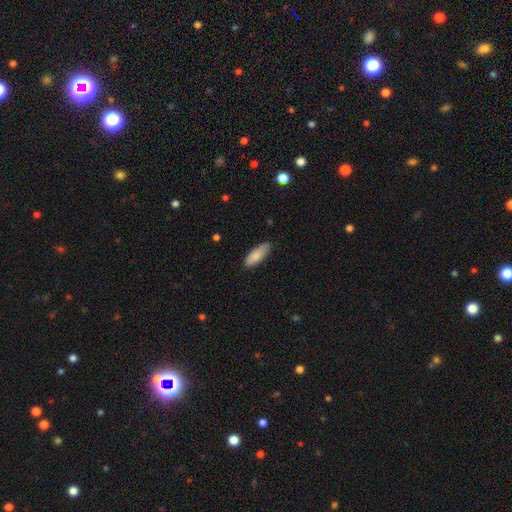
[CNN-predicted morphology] This is clearly a smooth galaxy (85%). How rounded: likely in between (65%). Merging: clearly none (82%).